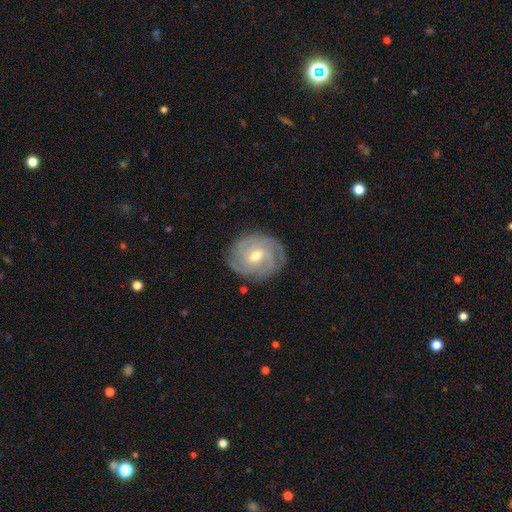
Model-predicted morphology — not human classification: A featured or disk galaxy (86%) with a weak bar (51%), 3 (34%) tight (71%) spiral arms (96%) and a moderate central bulge (62%).

Vote fractions:
- Smooth or featured? featured or disk: 86% / smooth: 9% / star or artifact: 5%
- Edge-on disk? no: 97% / yes: 3%
- Bar? weak: 51% / no: 37% / strong: 13%
- Spiral arms? yes: 96% / no: 4%
- Spiral winding? tight: 71% / medium: 24% / loose: 5%
- Spiral arm count? 3: 34% / can't tell: 23% / 4: 16% / 2: 15% / more than 4: 6% / 1: 6%
- Bulge size? moderate: 62% / small: 34% / large: 2% / none: 1% / dominant: 1%
- Merging? none: 82% / minor disturbance: 13% / major disturbance: 4% / merger: 1%